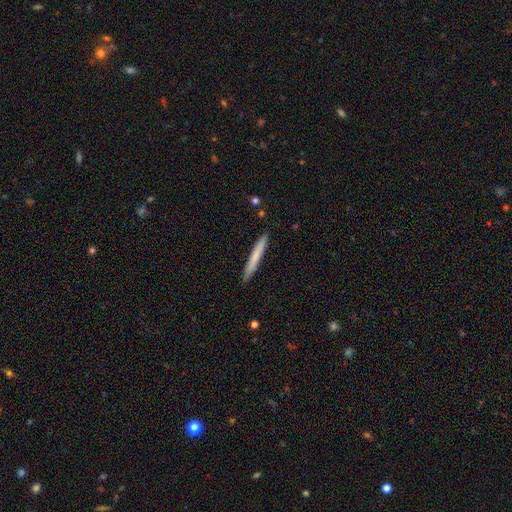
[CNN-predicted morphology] The model was most divided on "smooth or featured": smooth: 70%, featured or disk: 24%, star or artifact: 6%. More confident: how rounded — cigar-shaped (97%); merging — none (90%).